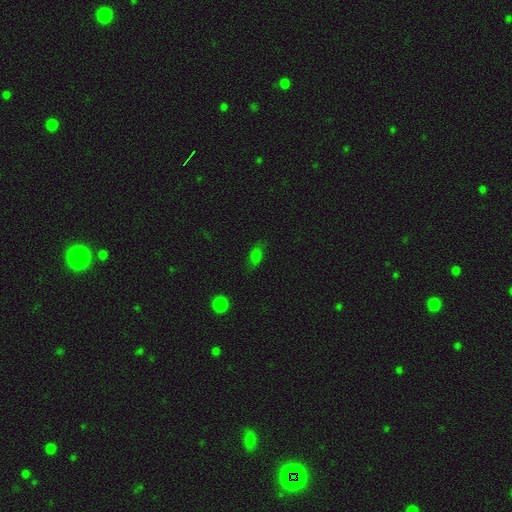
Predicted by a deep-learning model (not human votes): Smooth or featured? Predicted: smooth (p=0.72). How rounded? Predicted: in between (p=0.83). Merging? Predicted: none (p=0.73).